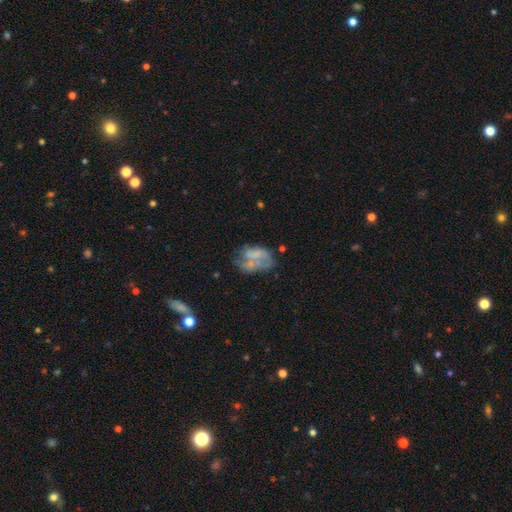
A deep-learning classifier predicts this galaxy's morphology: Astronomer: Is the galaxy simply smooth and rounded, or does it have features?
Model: featured or disk — 45% (runner-up: smooth, 44%).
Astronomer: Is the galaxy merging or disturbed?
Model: none — 32% (runner-up: major disturbance, 27%).